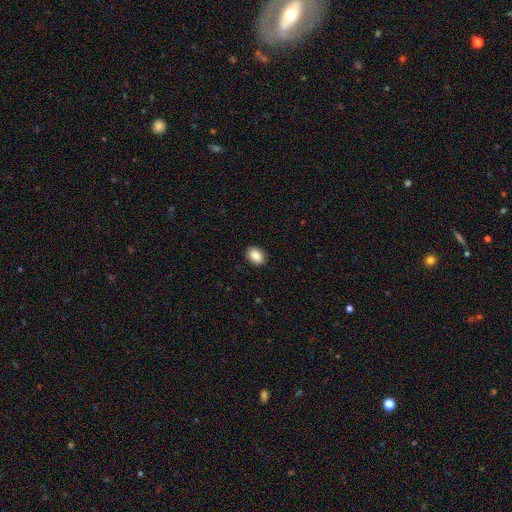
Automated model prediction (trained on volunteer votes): Overall: smooth (87%). How rounded: in between (74%). Merging: none (91%).